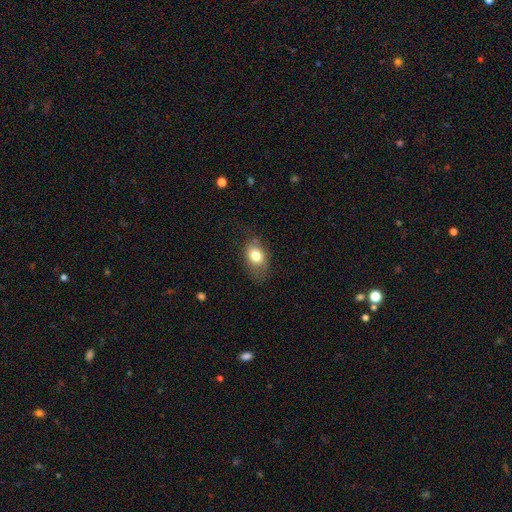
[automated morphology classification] Smooth or featured? smooth (77%)
How rounded? in between (77%)
Merging? none (63%)